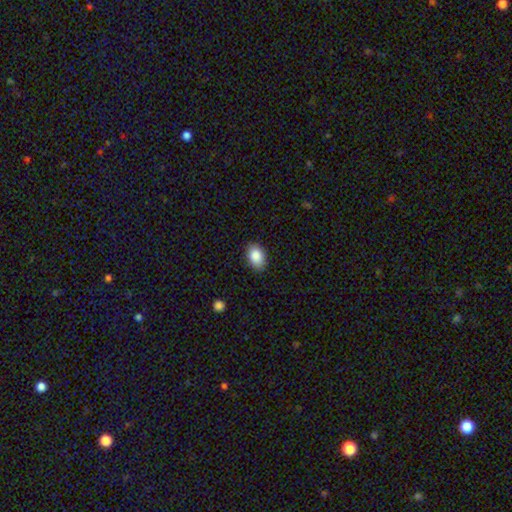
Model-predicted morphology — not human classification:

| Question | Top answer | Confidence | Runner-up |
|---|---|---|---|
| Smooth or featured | smooth | 88% | star or artifact (7%) |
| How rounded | in between | 87% | round (12%) |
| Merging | none | 86% | minor disturbance (10%) |